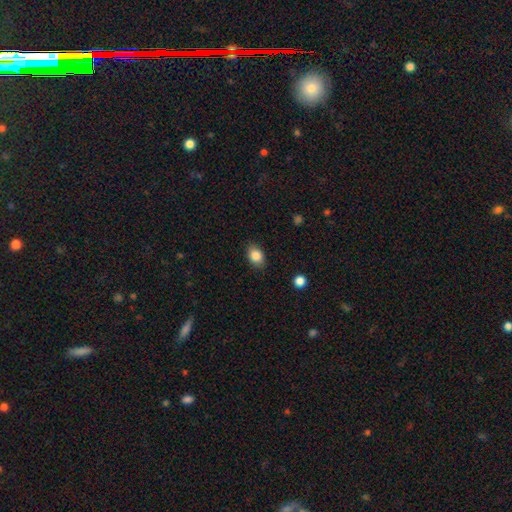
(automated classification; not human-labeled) Morphology: type=smooth (86%); roundness=in between (75%); merging=none (85%).